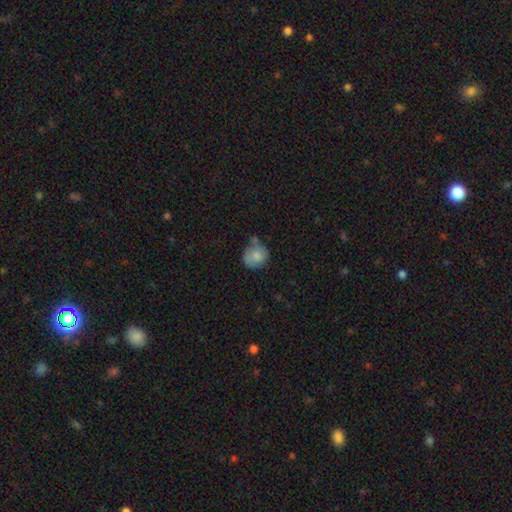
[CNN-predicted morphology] This is likely a smooth galaxy (80%). How rounded: likely round (75%). Merging: possibly none (48%).